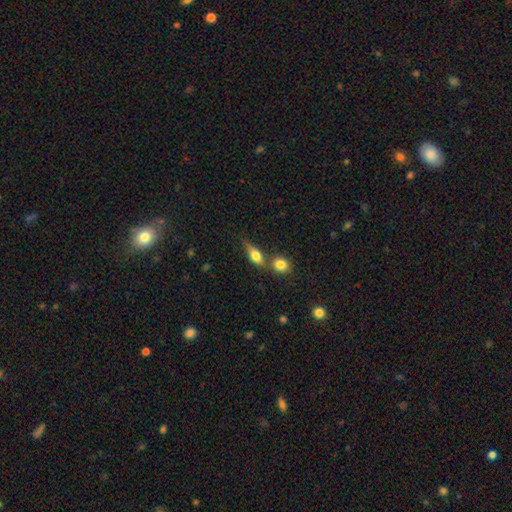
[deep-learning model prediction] Overall: smooth (64%; featured or disk 27%). How rounded: in between (64%). Merging: none (44%; merger 35%).